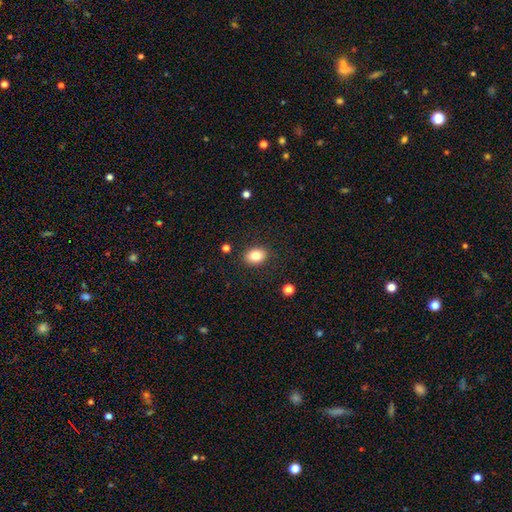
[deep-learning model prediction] smooth 82%, star or artifact 9%, featured or disk 8%. Down the decision tree: how rounded — in between (63%); merging — none (88%).